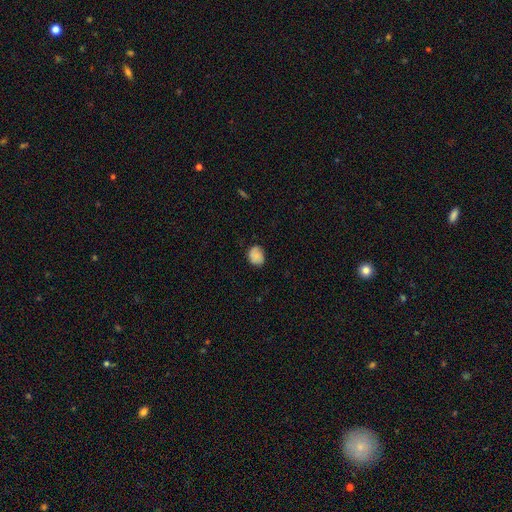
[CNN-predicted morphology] A smooth galaxy with no disk features (77%) that is round (51%).

Vote fractions:
- Smooth or featured? smooth: 77% / featured or disk: 14% / star or artifact: 9%
- How rounded? round: 51% / in between: 48% / cigar-shaped: 1%
- Merging? none: 74% / minor disturbance: 20% / major disturbance: 4% / merger: 1%